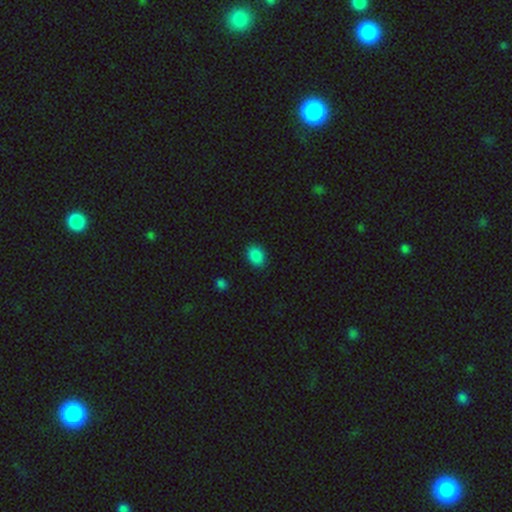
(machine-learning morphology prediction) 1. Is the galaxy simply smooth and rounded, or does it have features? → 87% smooth, 10% star or artifact, 3% featured or disk.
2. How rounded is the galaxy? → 64% in between, 35% round, 1% cigar-shaped.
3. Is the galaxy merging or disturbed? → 88% none, 9% minor disturbance, 2% major disturbance, 1% merger.